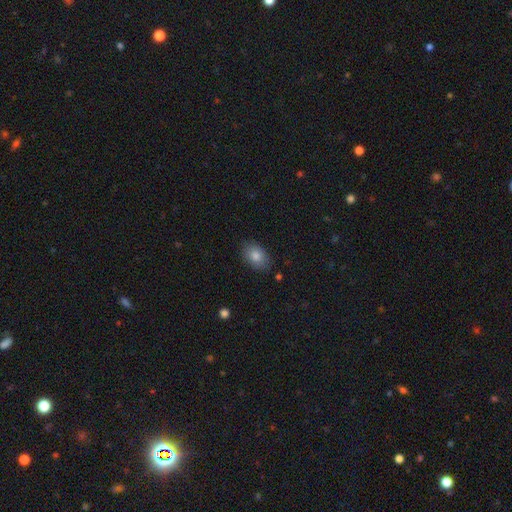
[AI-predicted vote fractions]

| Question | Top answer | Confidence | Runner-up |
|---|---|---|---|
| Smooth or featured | smooth | 82% | featured or disk (9%) |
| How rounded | in between | 81% | round (18%) |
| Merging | none | 85% | minor disturbance (11%) |